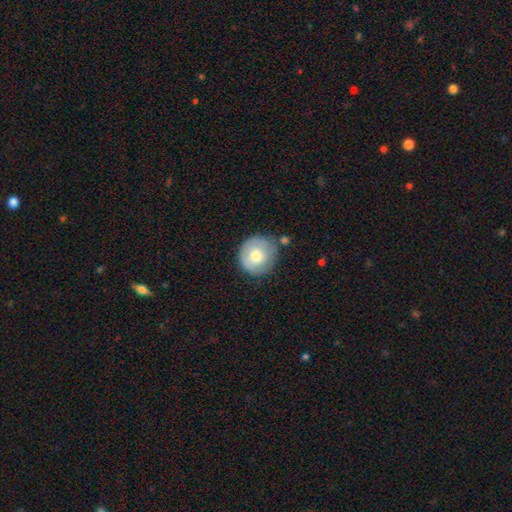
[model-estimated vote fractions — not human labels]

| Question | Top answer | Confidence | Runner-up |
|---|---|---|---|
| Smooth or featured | smooth | 64% | featured or disk (30%) |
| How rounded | round | 91% | in between (8%) |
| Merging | none | 69% | minor disturbance (20%) |